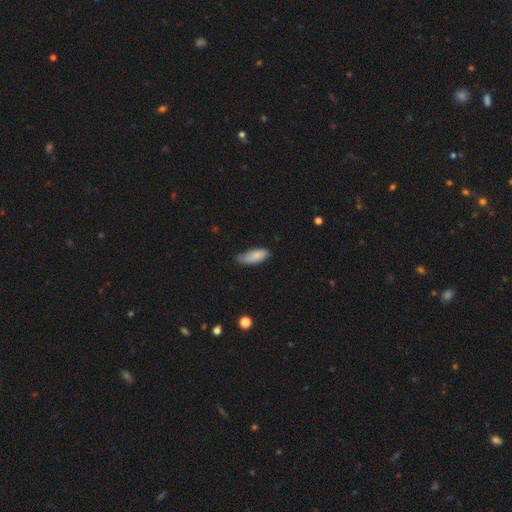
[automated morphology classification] smooth_or_featured: smooth (p=0.83) [alt: featured or disk p=0.11]
how_rounded: in between (p=0.78) [alt: cigar-shaped p=0.20]
merging: none (p=0.59) [alt: minor disturbance p=0.33]